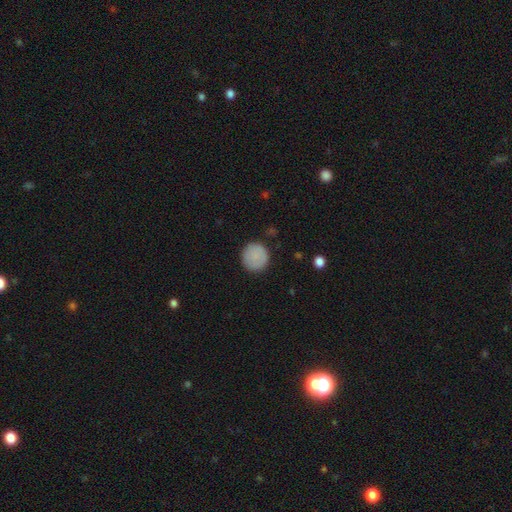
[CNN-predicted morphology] smooth 86%, star or artifact 8%, featured or disk 7%. Down the decision tree: how rounded — round (94%); merging — none (88%).